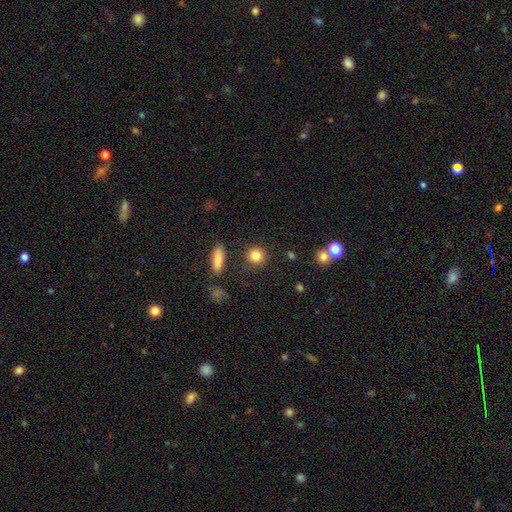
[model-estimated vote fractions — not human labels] Q: Smooth or featured?
A: smooth (84%); runner-up: star or artifact (10%)
Q: How rounded?
A: round (88%); runner-up: in between (10%)
Q: Merging?
A: none (86%); runner-up: minor disturbance (8%)